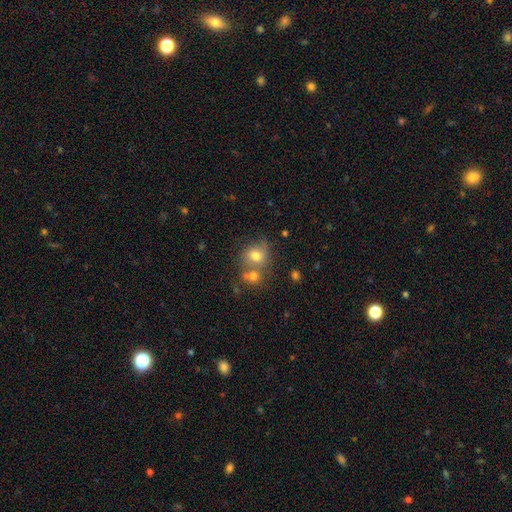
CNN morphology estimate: smooth-or-featured: smooth: 70% | featured or disk: 19% | star or artifact: 12%
  how-rounded: round: 69% | in between: 30% | cigar-shaped: 1%
  merging: none: 40% | merger: 37% | minor disturbance: 15% | major disturbance: 8%